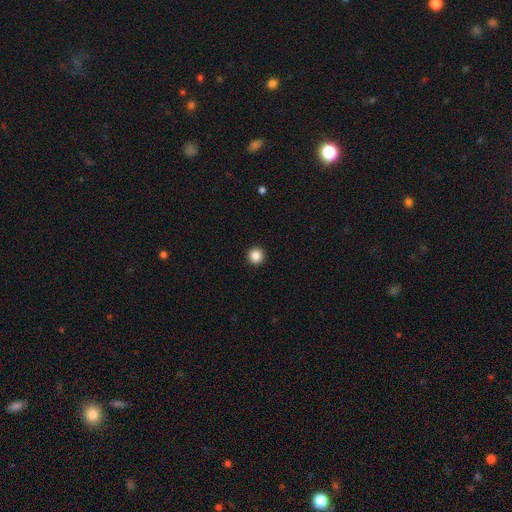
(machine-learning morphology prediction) Overall: smooth (87%). How rounded: round (96%). Merging: none (94%).